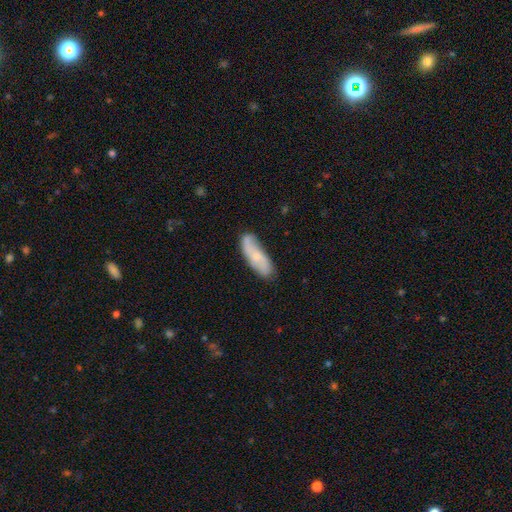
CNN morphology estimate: smooth_or_featured: smooth (p=0.48) [alt: featured or disk p=0.46]
merging: none (p=0.72) [alt: minor disturbance p=0.21]